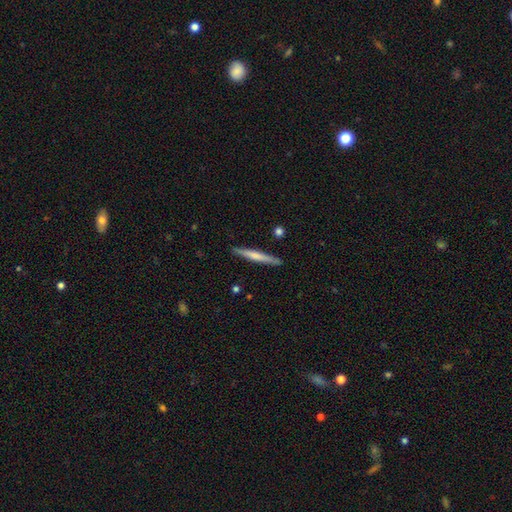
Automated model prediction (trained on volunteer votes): A smooth galaxy with no disk features (53%) that is cigar-shaped (96%).

Vote fractions:
- Smooth or featured? smooth: 53% / featured or disk: 42% / star or artifact: 5%
- How rounded? cigar-shaped: 96% / in between: 3% / round: 1%
- Merging? none: 89% / minor disturbance: 8% / major disturbance: 2% / merger: 1%